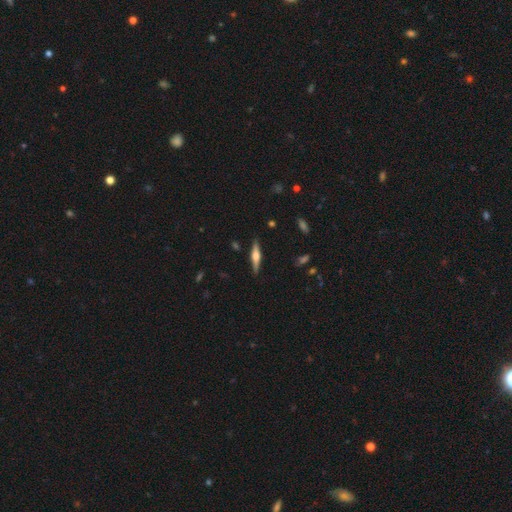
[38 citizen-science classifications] Overall: featured or disk (63%; smooth 34%). Edge-on disk: yes (96%). Edge-on bulge: rounded (74%). Merging: none (86%).